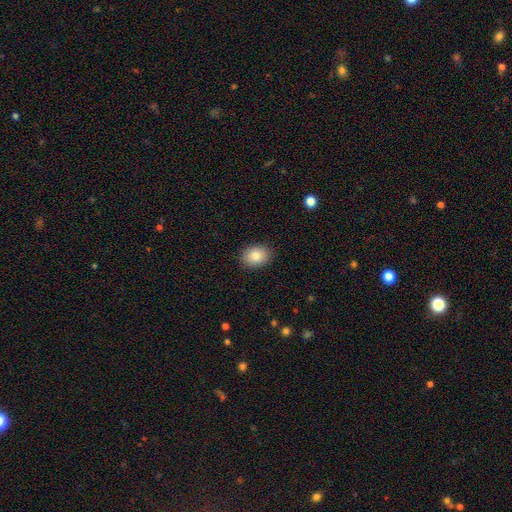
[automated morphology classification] A smooth galaxy with no disk features (83%) that is in between round and cigar-shaped (55%).

Vote fractions:
- Smooth or featured? smooth: 83% / star or artifact: 9% / featured or disk: 8%
- How rounded? in between: 55% / round: 44% / cigar-shaped: 1%
- Merging? none: 89% / minor disturbance: 8% / major disturbance: 2% / merger: 1%